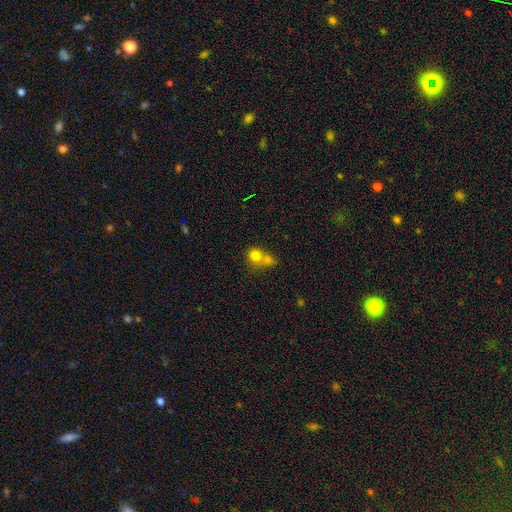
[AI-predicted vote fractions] Morphology: type=smooth (77%); roundness=round (75%); merging=merger (60%).